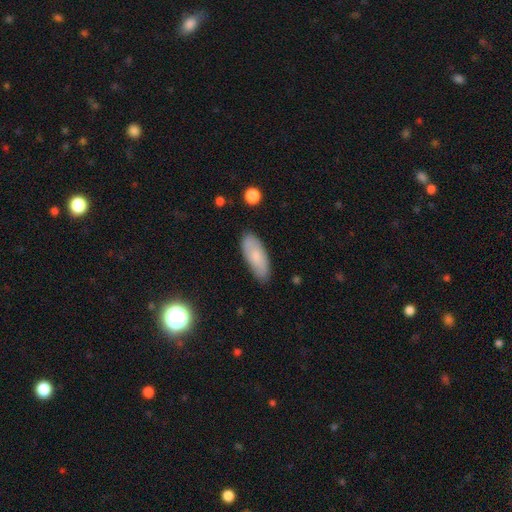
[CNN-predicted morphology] Smooth or featured? Predicted: smooth (p=0.75). How rounded? Predicted: in between (p=0.78). Merging? Predicted: none (p=0.82).